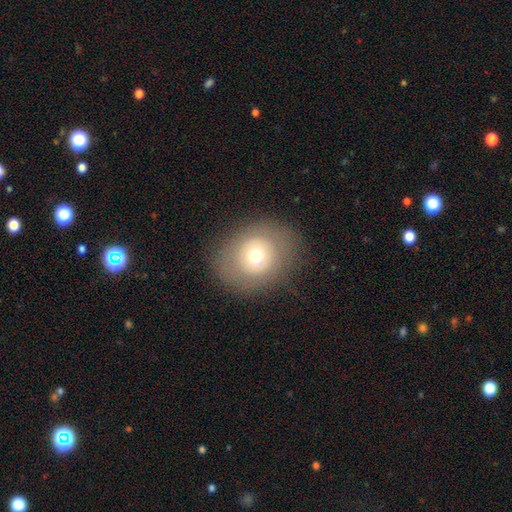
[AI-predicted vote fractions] A smooth galaxy with no disk features (63%) that is round (66%).

Vote fractions:
- Smooth or featured? smooth: 63% / featured or disk: 26% / star or artifact: 12%
- How rounded? round: 66% / in between: 34% / cigar-shaped: 1%
- Merging? none: 82% / minor disturbance: 11% / major disturbance: 6% / merger: 1%